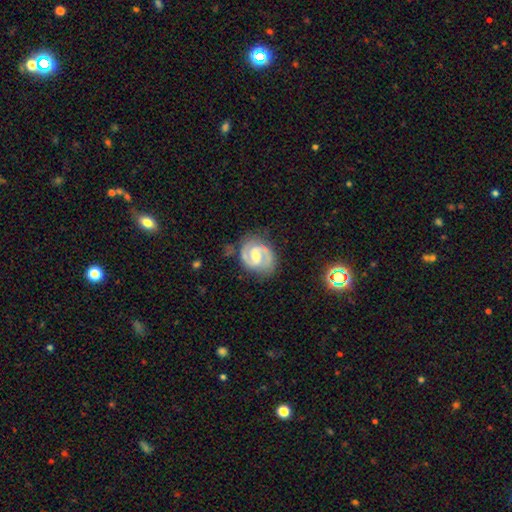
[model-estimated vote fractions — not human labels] A featured or disk galaxy (89%) with a weak bar (53%), 2 (92%) medium (52%) spiral arms (97%) and a moderate central bulge (52%).

Vote fractions:
- Smooth or featured? featured or disk: 89% / smooth: 6% / star or artifact: 5%
- Edge-on disk? no: 98% / yes: 2%
- Bar? weak: 53% / no: 25% / strong: 22%
- Spiral arms? yes: 97% / no: 3%
- Spiral winding? medium: 52% / tight: 38% / loose: 10%
- Spiral arm count? 2: 92% / can't tell: 3% / 3: 2% / 1: 1% / 4: 1% / more than 4: 1%
- Bulge size? moderate: 52% / small: 41% / large: 3% / none: 3% / dominant: 1%
- Merging? none: 78% / minor disturbance: 16% / major disturbance: 5% / merger: 2%